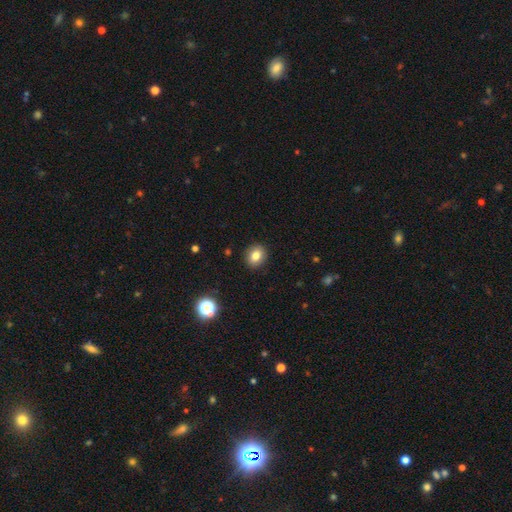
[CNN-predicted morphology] smooth_or_featured: smooth (p=0.81) [alt: star or artifact p=0.11]
how_rounded: round (p=0.60) [alt: in between p=0.39]
merging: none (p=0.90) [alt: minor disturbance p=0.07]